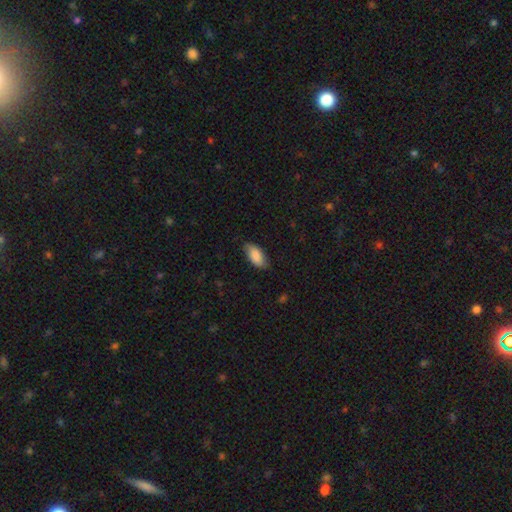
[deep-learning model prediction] smooth-or-featured: smooth: 86% | featured or disk: 8% | star or artifact: 6%
  how-rounded: in between: 92% | cigar-shaped: 6% | round: 2%
  merging: none: 80% | minor disturbance: 16% | major disturbance: 3% | merger: 1%